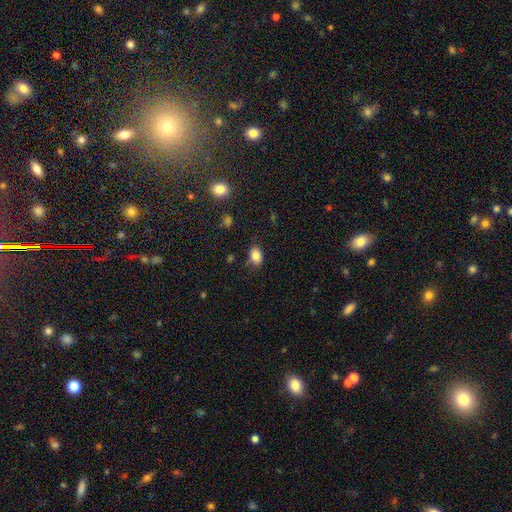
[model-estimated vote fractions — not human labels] Smooth or featured? smooth (83%)
How rounded? in between (79%)
Merging? none (78%)